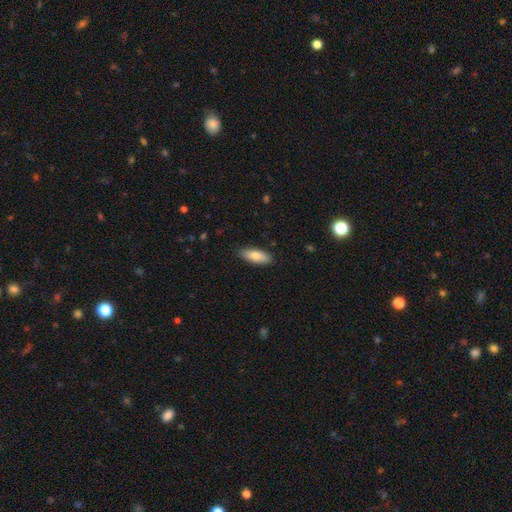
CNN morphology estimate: This appears to be a smooth galaxy with no disk features (81%) that is in between round and cigar-shaped (75%). Merging: none (88%).